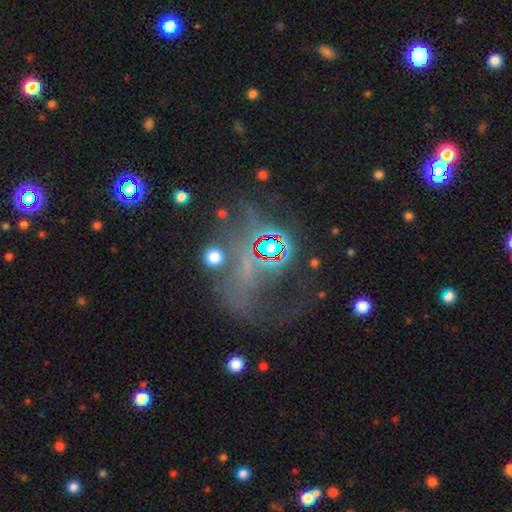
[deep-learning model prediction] Smooth or featured? featured or disk (44%)
Merging? major disturbance (40%)